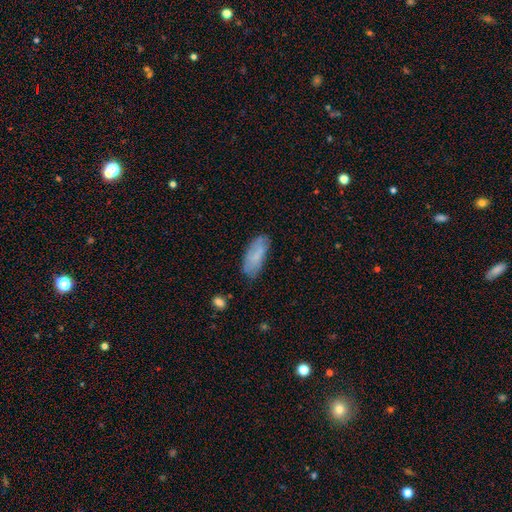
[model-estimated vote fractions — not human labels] smooth-or-featured: smooth: 75% | featured or disk: 17% | star or artifact: 7%
  how-rounded: in between: 78% | cigar-shaped: 20% | round: 2%
  merging: none: 70% | minor disturbance: 23% | major disturbance: 6% | merger: 2%